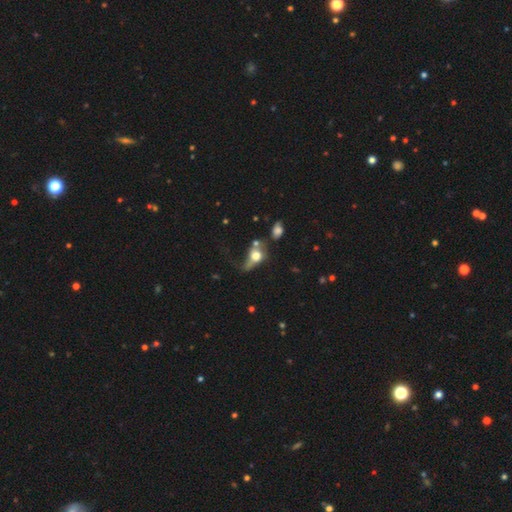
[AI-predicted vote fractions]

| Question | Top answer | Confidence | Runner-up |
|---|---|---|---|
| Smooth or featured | smooth | 57% | featured or disk (30%) |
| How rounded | in between | 52% | round (43%) |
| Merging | major disturbance | 38% | merger (24%) |